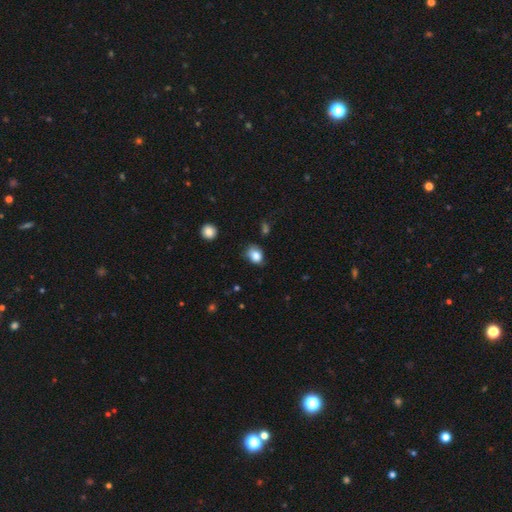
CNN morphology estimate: Overall: smooth (84%). How rounded: in between (58%; round 41%). Merging: none (60%; minor disturbance 30%).